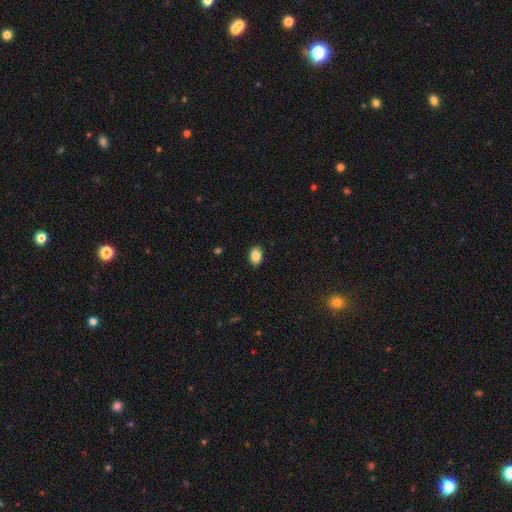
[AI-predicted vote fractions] Smooth or featured? Predicted: smooth (p=0.86). How rounded? Predicted: in between (p=0.77). Merging? Predicted: none (p=0.89).